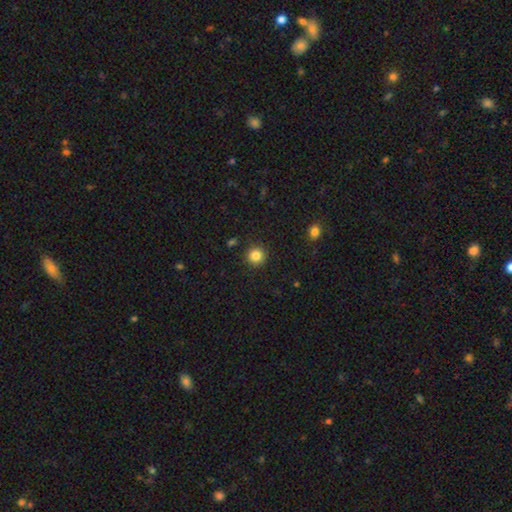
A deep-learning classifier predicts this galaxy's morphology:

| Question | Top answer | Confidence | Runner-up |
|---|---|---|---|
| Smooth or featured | smooth | 84% | star or artifact (11%) |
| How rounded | round | 94% | in between (5%) |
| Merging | none | 91% | minor disturbance (5%) |